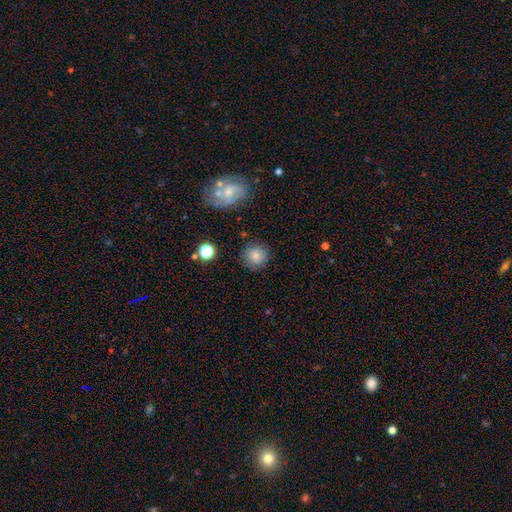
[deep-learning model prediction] Smooth or featured? smooth (79%)
How rounded? round (92%)
Merging? none (83%)